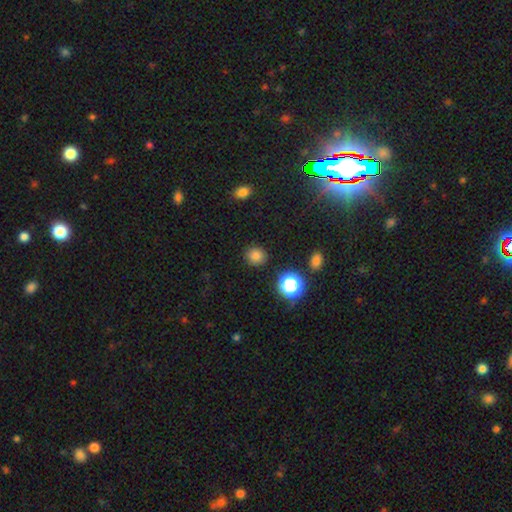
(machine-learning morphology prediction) This is likely a smooth galaxy (79%). How rounded: clearly round (86%). Merging: clearly none (88%).